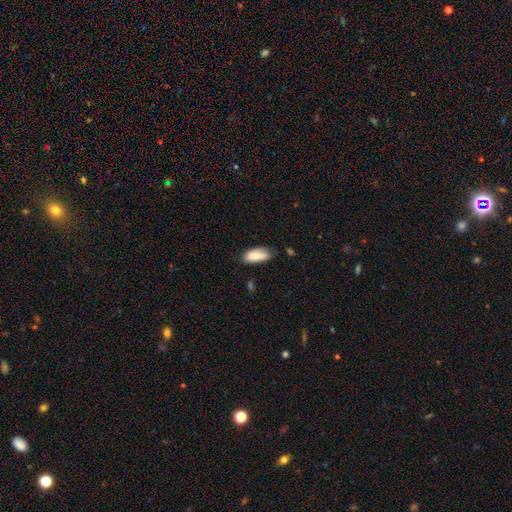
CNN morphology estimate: The model was most divided on "merging": none: 63%, minor disturbance: 29%, major disturbance: 5%, merger: 3%. More confident: how rounded — in between (87%); smooth or featured — smooth (84%).